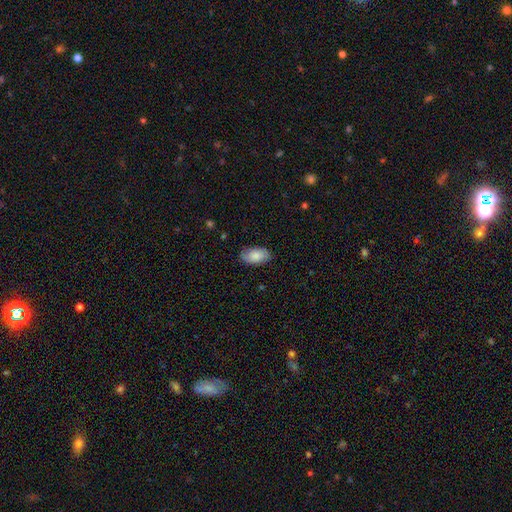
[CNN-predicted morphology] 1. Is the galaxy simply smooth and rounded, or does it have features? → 79% smooth, 14% featured or disk, 6% star or artifact.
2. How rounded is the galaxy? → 95% in between, 4% round, 2% cigar-shaped.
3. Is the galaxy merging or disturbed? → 82% none, 14% minor disturbance, 3% major disturbance, 1% merger.